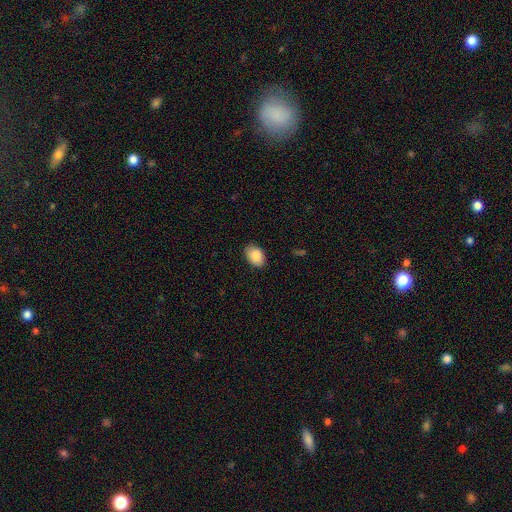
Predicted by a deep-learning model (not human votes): smooth-or-featured: smooth: 88% | star or artifact: 7% | featured or disk: 6%
  how-rounded: in between: 85% | round: 14% | cigar-shaped: 1%
  merging: none: 85% | minor disturbance: 11% | major disturbance: 2% | merger: 1%